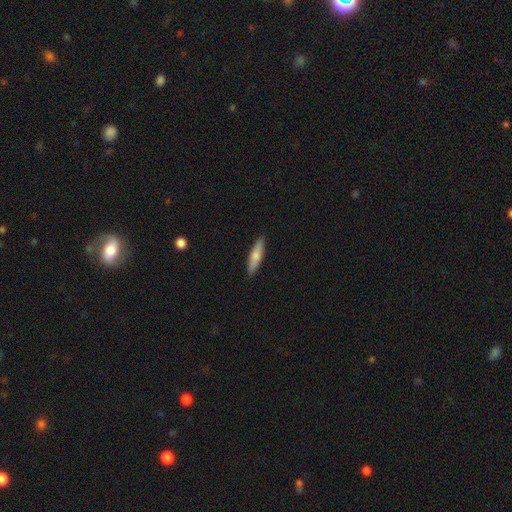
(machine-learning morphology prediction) This appears to be a smooth galaxy with no disk features (71%) that is cigar-shaped (73%). Merging: none (89%).